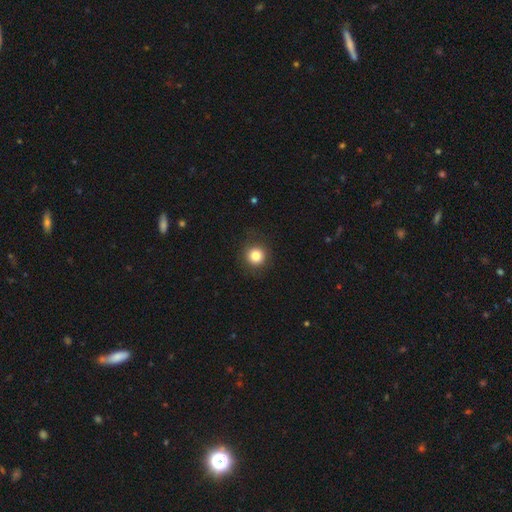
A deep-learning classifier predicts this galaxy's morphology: A smooth galaxy with no disk features (83%) that is round (93%).

Vote fractions:
- Smooth or featured? smooth: 83% / star or artifact: 11% / featured or disk: 6%
- How rounded? round: 93% / in between: 6% / cigar-shaped: 1%
- Merging? none: 88% / minor disturbance: 8% / major disturbance: 3% / merger: 1%